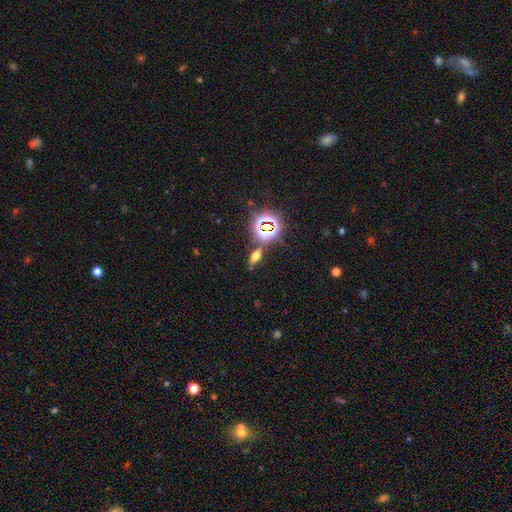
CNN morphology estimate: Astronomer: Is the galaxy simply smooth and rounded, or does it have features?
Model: smooth — 45% (runner-up: star or artifact, 33%).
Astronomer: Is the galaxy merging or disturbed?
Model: none — 76%.